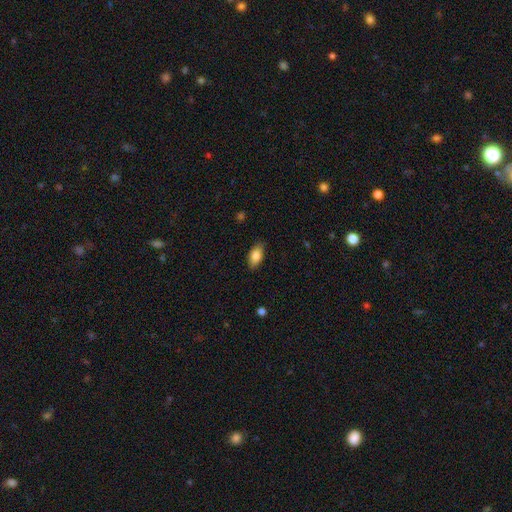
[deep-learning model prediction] Smooth or featured: smooth — 83% (featured or disk — 10%)
How rounded: in between — 90% (cigar-shaped — 6%)
Merging: none — 85% (minor disturbance — 11%)